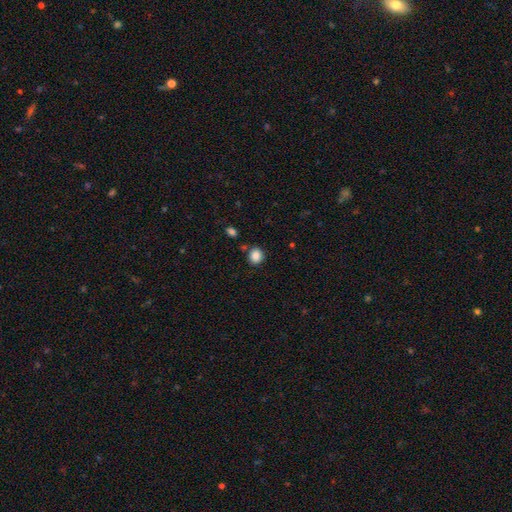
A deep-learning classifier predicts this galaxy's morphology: This is clearly a smooth galaxy (87%). How rounded: likely round (73%). Merging: clearly none (80%).